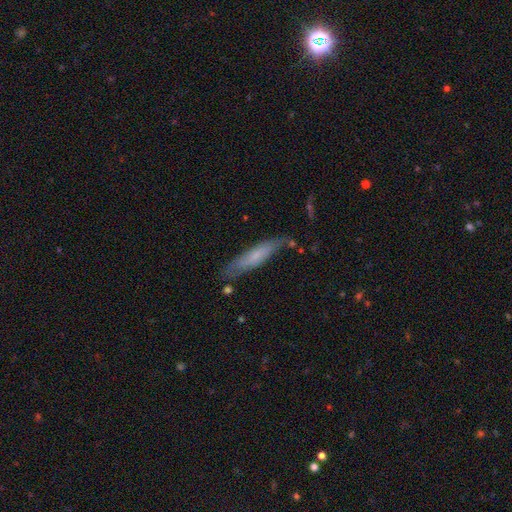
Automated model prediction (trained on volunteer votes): Q: Smooth or featured?
A: smooth (58%); runner-up: featured or disk (35%)
Q: How rounded?
A: cigar-shaped (83%); runner-up: in between (16%)
Q: Merging?
A: none (71%); runner-up: minor disturbance (20%)